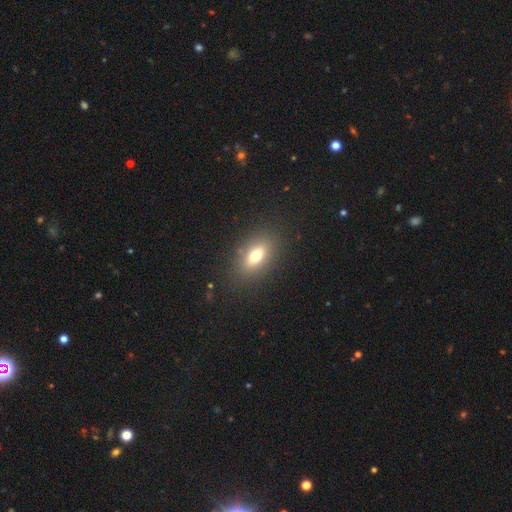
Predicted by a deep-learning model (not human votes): This is likely a smooth galaxy (71%). How rounded: clearly in between (82%). Merging: clearly none (85%).